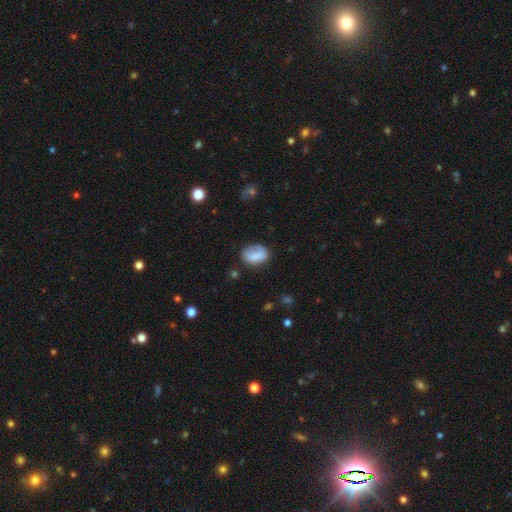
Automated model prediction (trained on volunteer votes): Smooth or featured? Predicted: smooth (p=0.79). How rounded? Predicted: in between (p=0.80). Merging? Predicted: none (p=0.62).